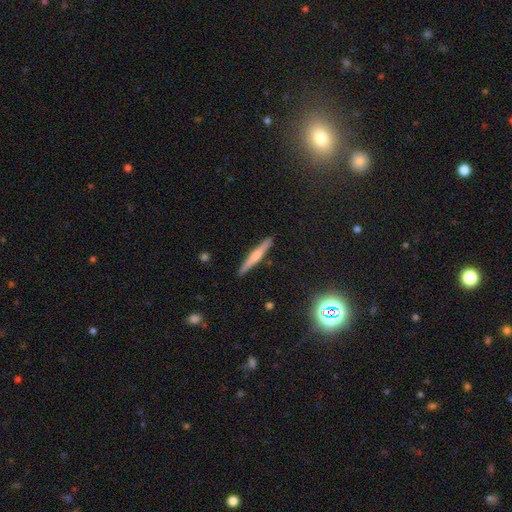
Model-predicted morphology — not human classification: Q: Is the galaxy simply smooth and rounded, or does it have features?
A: featured or disk — 49%.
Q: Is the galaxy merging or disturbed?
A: none — 91%.